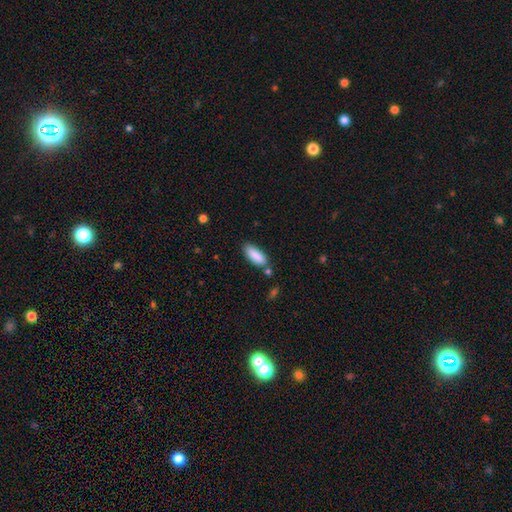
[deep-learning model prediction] This appears to be a smooth galaxy with no disk features (88%) that is in between round and cigar-shaped (72%). Merging: none (77%).